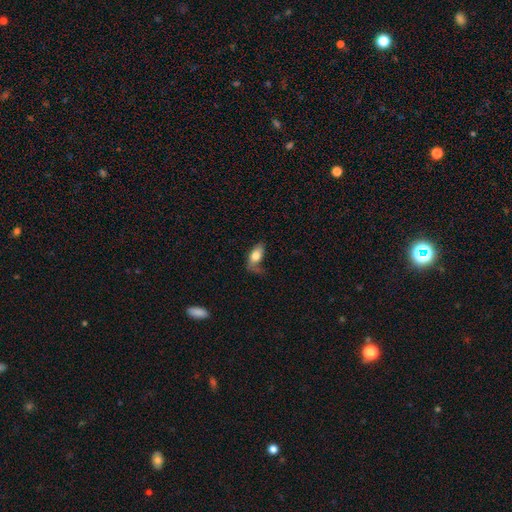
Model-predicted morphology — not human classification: This appears to be a smooth galaxy with no disk features (76%) that is in between round and cigar-shaped (87%). Merging: none (43%).